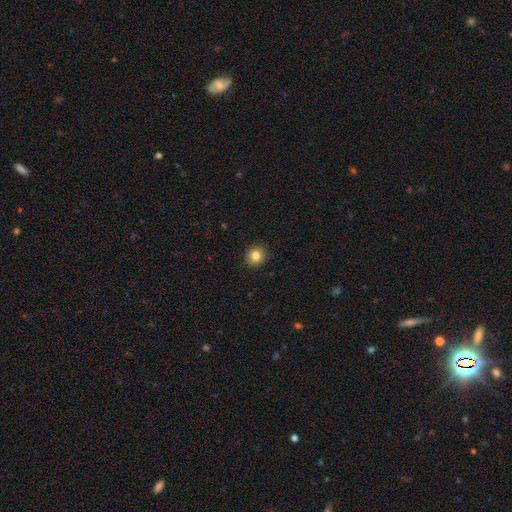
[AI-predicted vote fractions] Morphology: type=smooth (83%); roundness=round (86%); merging=none (92%).